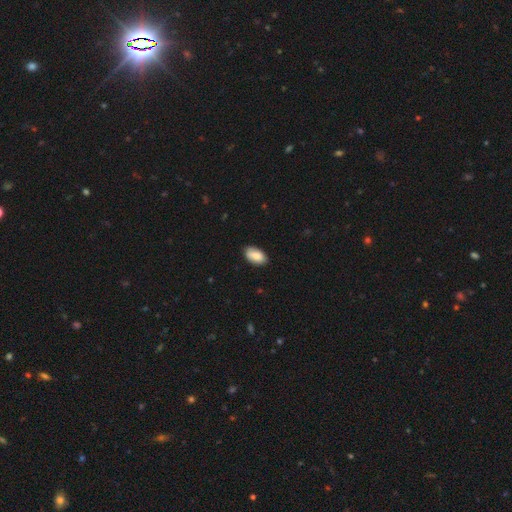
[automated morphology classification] Smooth or featured: smooth — 87% (featured or disk — 7%)
How rounded: in between — 94% (round — 3%)
Merging: none — 84% (minor disturbance — 13%)